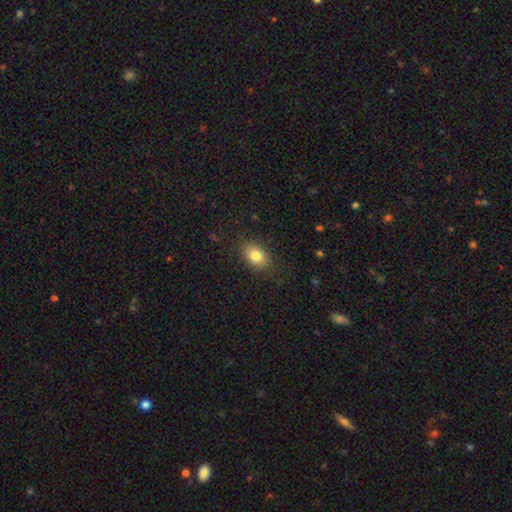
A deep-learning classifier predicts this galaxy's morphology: Smooth or featured? Predicted: smooth (p=0.82). How rounded? Predicted: in between (p=0.81). Merging? Predicted: none (p=0.83).